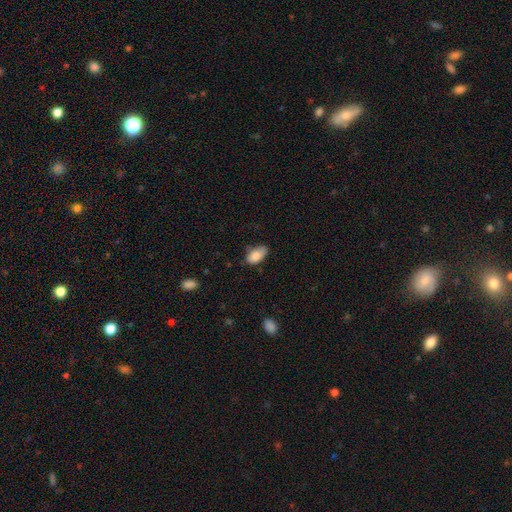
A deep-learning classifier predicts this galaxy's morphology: A smooth galaxy with no disk features (85%) that is in between round and cigar-shaped (93%). Merging: none (56%).